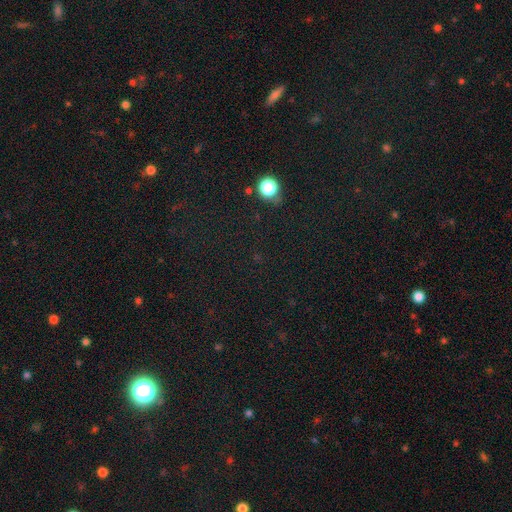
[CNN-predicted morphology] The model was most divided on "smooth or featured": star or artifact: 70%, smooth: 22%, featured or disk: 8%.